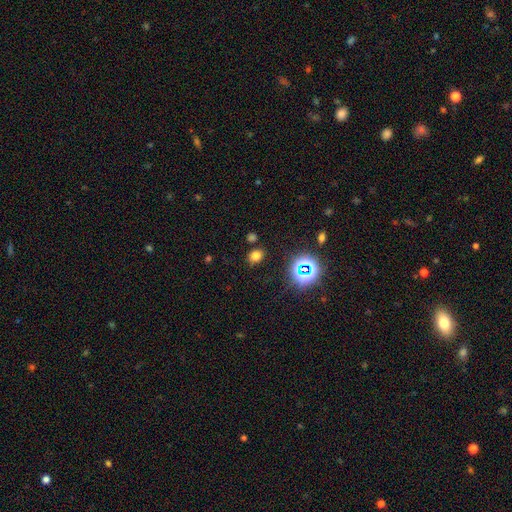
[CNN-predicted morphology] A smooth galaxy with no disk features (68%) that is in between round and cigar-shaped (55%). Merging: none (82%).